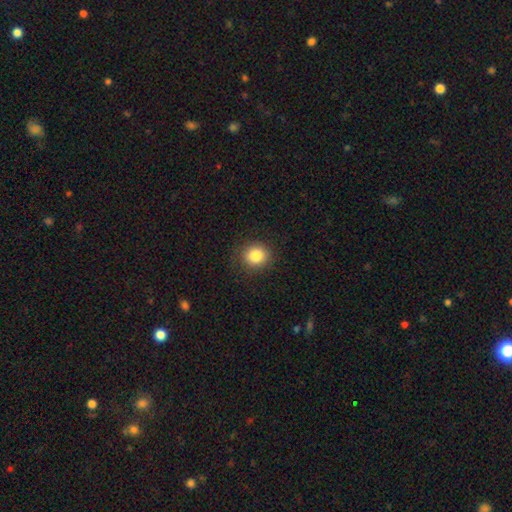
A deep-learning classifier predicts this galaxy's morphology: This appears to be a smooth galaxy with no disk features (84%) that is round (85%). Merging: none (88%).